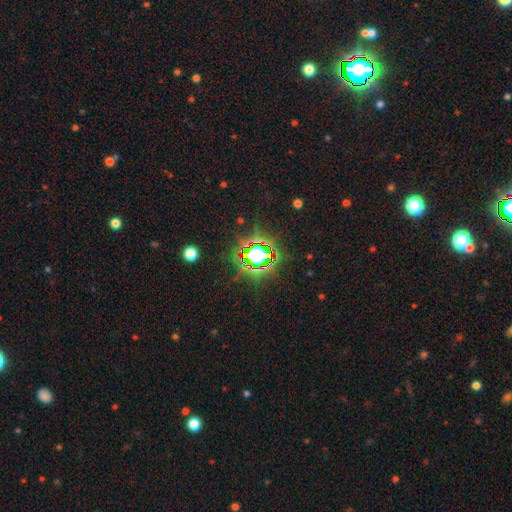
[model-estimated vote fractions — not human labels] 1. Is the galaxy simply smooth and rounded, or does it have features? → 78% star or artifact, 13% smooth, 9% featured or disk.